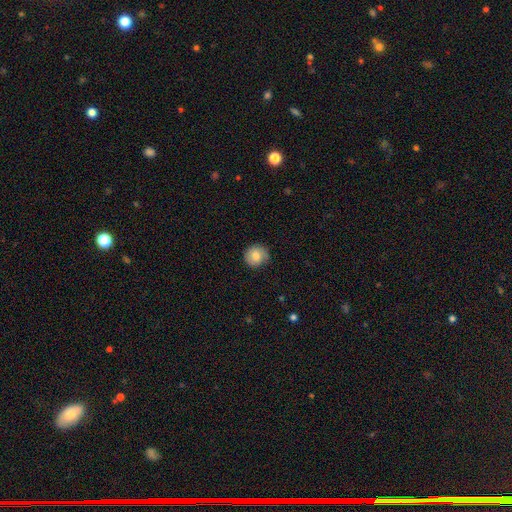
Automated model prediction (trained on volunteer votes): Smooth or featured: smooth — 76% (featured or disk — 16%)
How rounded: round — 90% (in between — 9%)
Merging: none — 80% (minor disturbance — 16%)